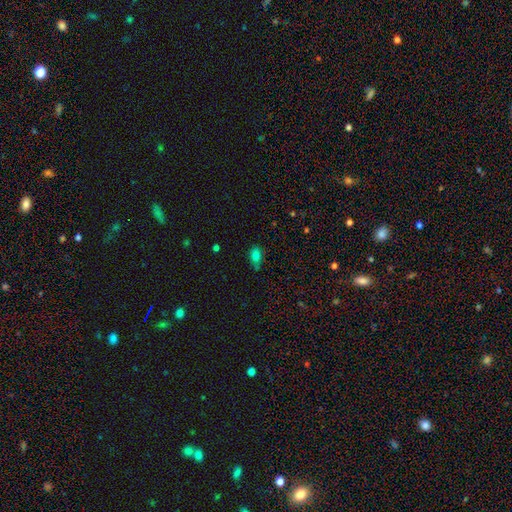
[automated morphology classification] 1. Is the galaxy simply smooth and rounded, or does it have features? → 77% smooth, 14% star or artifact, 9% featured or disk.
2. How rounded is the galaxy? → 83% in between, 12% round, 5% cigar-shaped.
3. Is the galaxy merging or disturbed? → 67% none, 24% minor disturbance, 5% major disturbance, 3% merger.